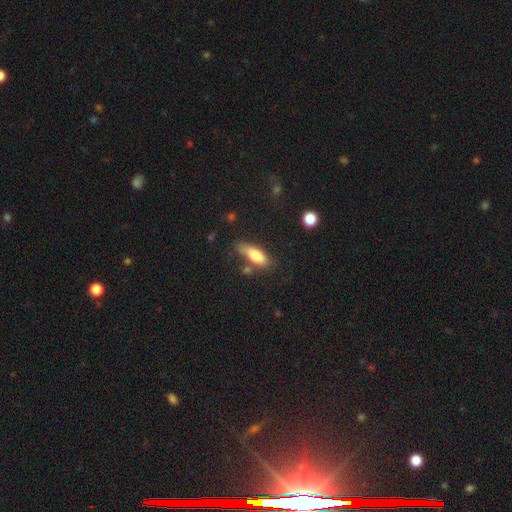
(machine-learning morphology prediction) Smooth or featured?
  - smooth: 76% *
  - featured or disk: 17%
  - star or artifact: 7%
How rounded?
  - in between: 63% *
  - cigar-shaped: 34%
  - round: 2%
Merging?
  - none: 59% *
  - minor disturbance: 24%
  - major disturbance: 9%
  - merger: 9%